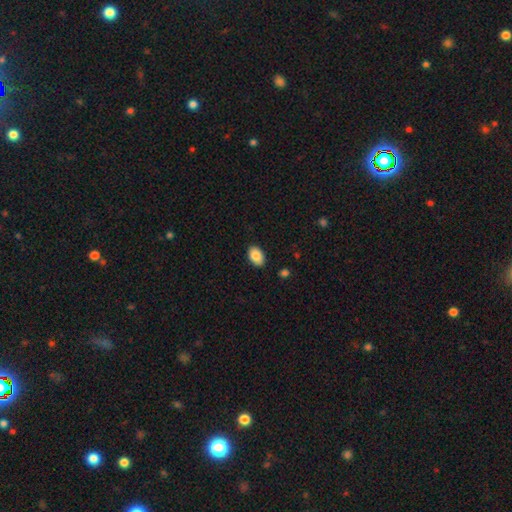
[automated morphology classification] A smooth galaxy with no disk features (87%) that is in between round and cigar-shaped (89%). Merging: none (88%).